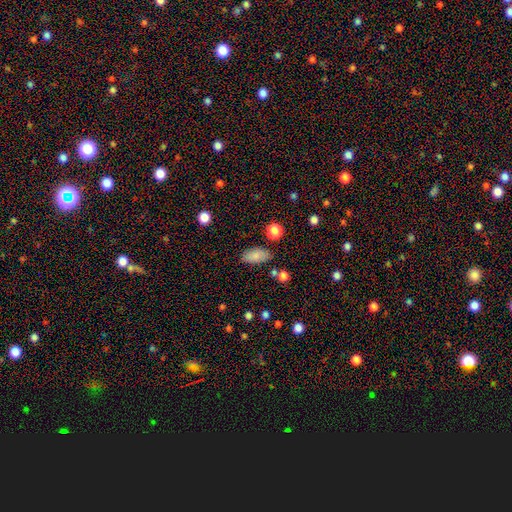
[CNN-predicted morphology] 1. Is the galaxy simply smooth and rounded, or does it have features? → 84% smooth, 9% star or artifact, 8% featured or disk.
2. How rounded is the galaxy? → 91% in between, 5% cigar-shaped, 4% round.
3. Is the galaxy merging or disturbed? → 78% none, 14% minor disturbance, 4% merger, 4% major disturbance.